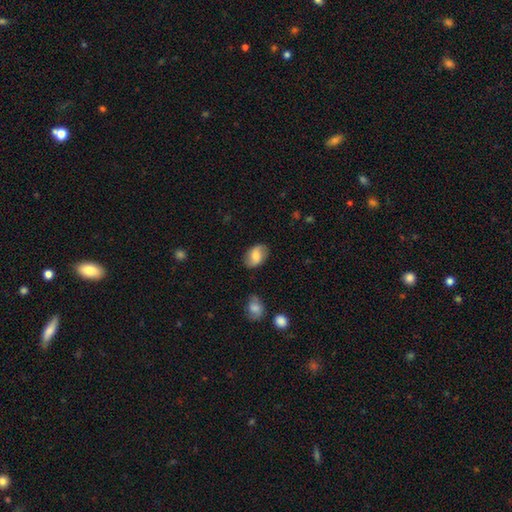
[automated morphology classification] This appears to be a smooth galaxy with no disk features (71%) that is in between round and cigar-shaped (87%). Merging: none (81%).